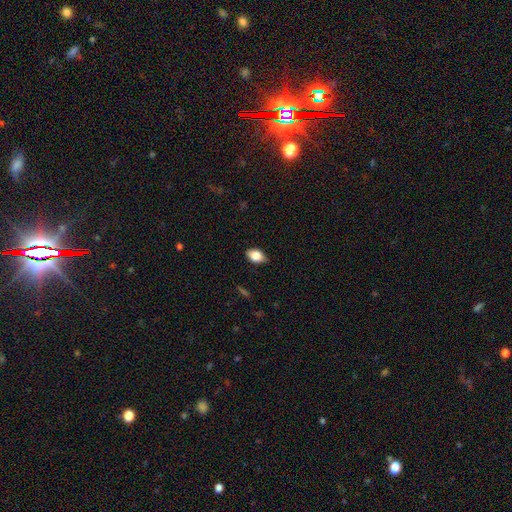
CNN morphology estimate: smooth 78%, featured or disk 14%, star or artifact 8%. Down the decision tree: how rounded — in between (85%); merging — none (82%).